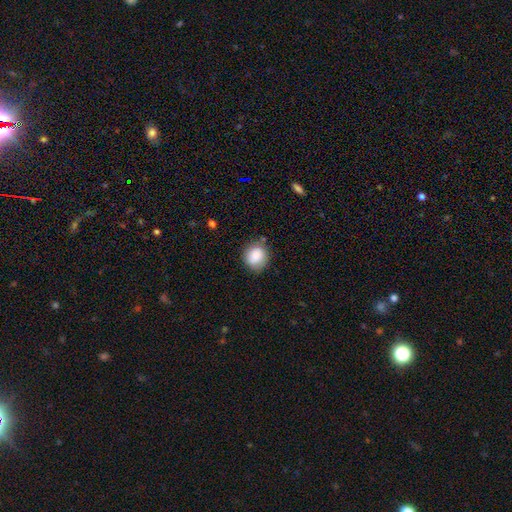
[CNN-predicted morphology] Overall: smooth (84%). How rounded: round (77%). Merging: none (76%).